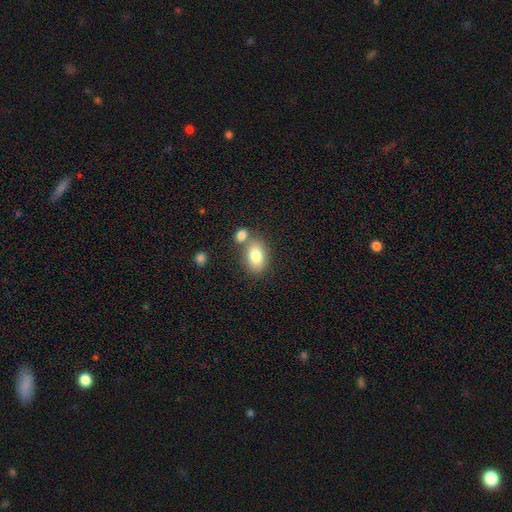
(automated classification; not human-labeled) Morphology: type=smooth (80%); roundness=in between (85%); merging=none (60%).